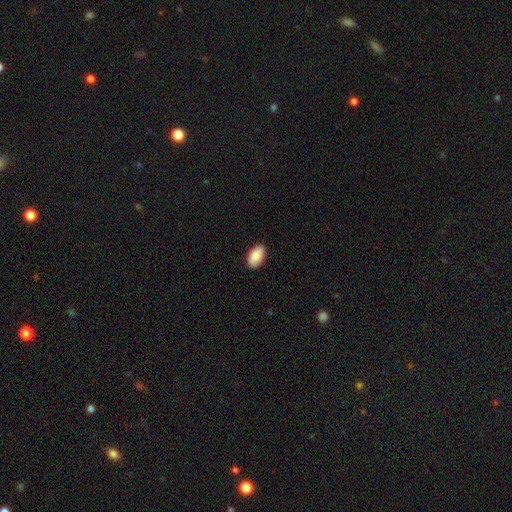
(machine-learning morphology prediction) Smooth or featured?
  - smooth: 90% *
  - star or artifact: 6%
  - featured or disk: 4%
How rounded?
  - in between: 95% *
  - round: 4%
  - cigar-shaped: 1%
Merging?
  - none: 87% *
  - minor disturbance: 10%
  - major disturbance: 2%
  - merger: 1%